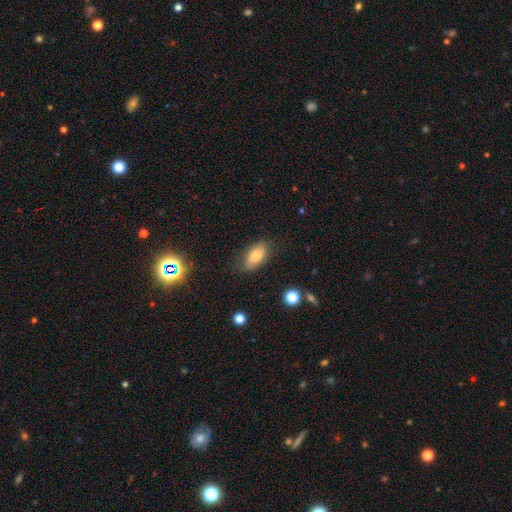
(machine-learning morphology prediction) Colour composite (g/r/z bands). It shows a smooth galaxy with no disk features (80%) that is in between round and cigar-shaped (88%). Merging: none (74%).